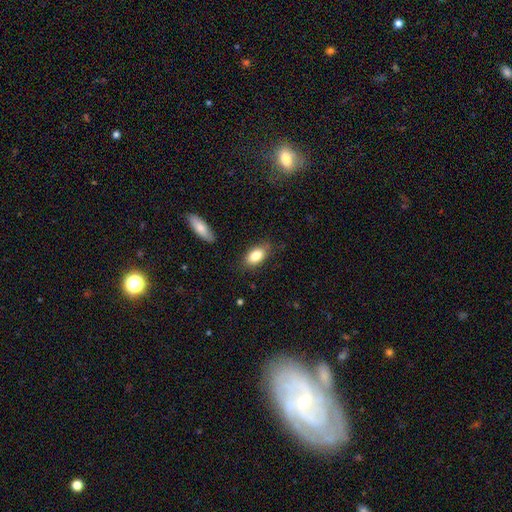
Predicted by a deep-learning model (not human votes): Smooth or featured? smooth (85%)
How rounded? in between (90%)
Merging? none (79%)